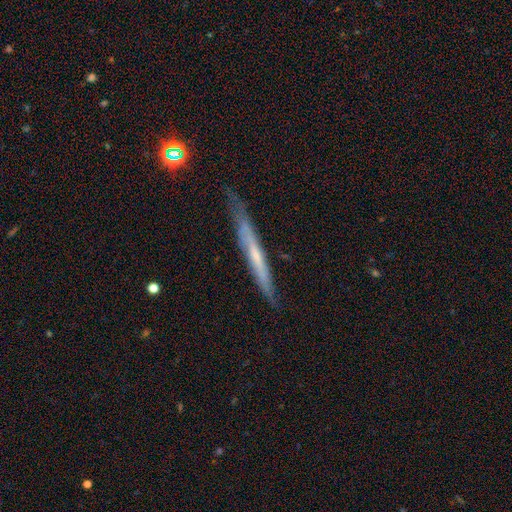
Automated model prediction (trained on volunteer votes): smooth-or-featured: featured or disk: 58% | smooth: 35% | star or artifact: 7%
  disk-edge-on: yes: 90% | no: 10%
    edge-on-bulge: none: 72% | rounded: 22% | boxy: 6%
  merging: none: 73% | minor disturbance: 21% | major disturbance: 4% | merger: 2%